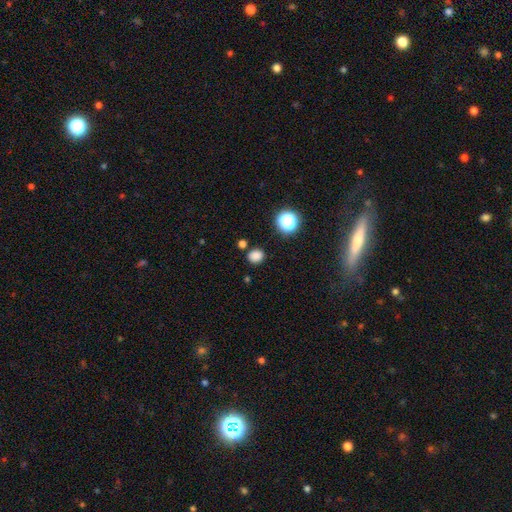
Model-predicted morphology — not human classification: Smooth or featured? smooth (80%)
How rounded? round (79%)
Merging? none (83%)